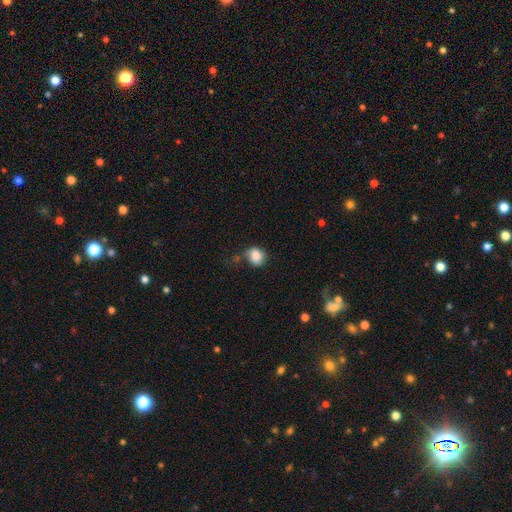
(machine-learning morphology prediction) smooth-or-featured: smooth: 84% | star or artifact: 9% | featured or disk: 7%
  how-rounded: round: 68% | in between: 31% | cigar-shaped: 1%
  merging: none: 56% | minor disturbance: 27% | major disturbance: 11% | merger: 6%